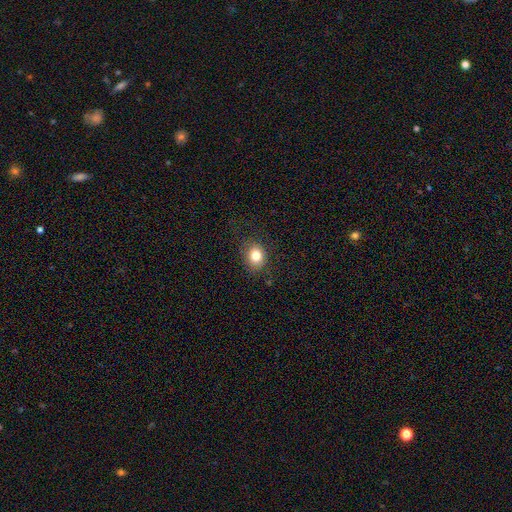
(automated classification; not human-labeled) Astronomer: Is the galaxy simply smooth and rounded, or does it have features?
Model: smooth — 81%.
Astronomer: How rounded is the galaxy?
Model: round — 59% (runner-up: in between, 40%).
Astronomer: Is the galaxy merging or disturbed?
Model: none — 82%.